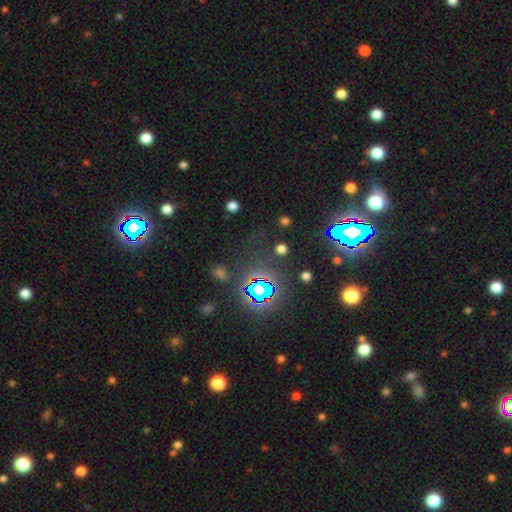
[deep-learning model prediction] The model was most divided on "smooth or featured": star or artifact: 80%, smooth: 12%, featured or disk: 8%.